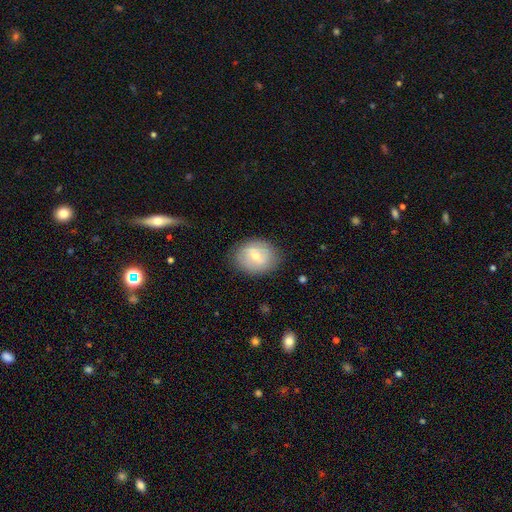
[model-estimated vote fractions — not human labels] Smooth or featured? Predicted: smooth (p=0.52). How rounded? Predicted: in between (p=0.51). Merging? Predicted: none (p=0.82).